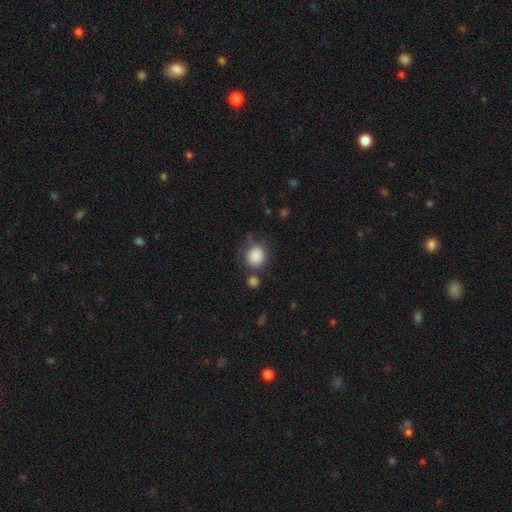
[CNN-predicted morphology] smooth-or-featured: smooth: 88% | star or artifact: 9% | featured or disk: 4%
  how-rounded: round: 86% | in between: 13% | cigar-shaped: 1%
  merging: none: 70% | minor disturbance: 14% | merger: 11% | major disturbance: 5%